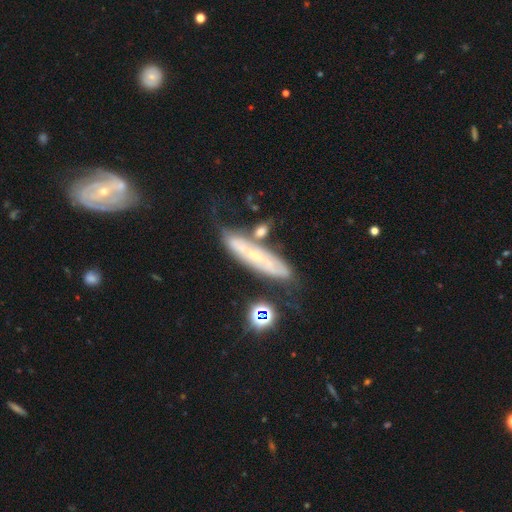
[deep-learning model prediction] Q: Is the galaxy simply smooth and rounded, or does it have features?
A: featured or disk — 61%.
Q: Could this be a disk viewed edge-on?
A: no — 55%.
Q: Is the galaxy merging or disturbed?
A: none — 55%.